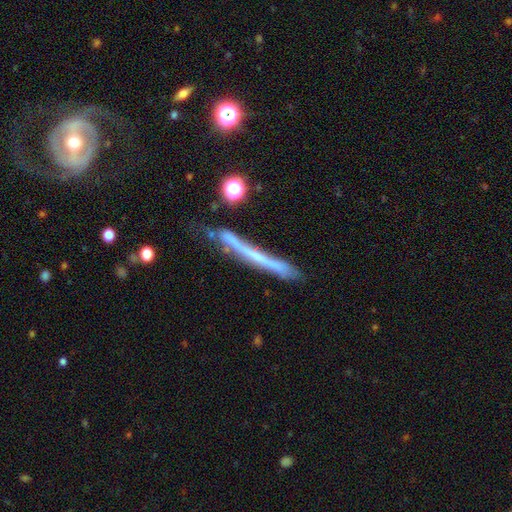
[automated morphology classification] Q: Smooth or featured?
A: featured or disk (55%); runner-up: smooth (36%)
Q: Edge-on disk?
A: yes (90%); runner-up: no (10%)
Q: Merging?
A: none (59%); runner-up: minor disturbance (26%)